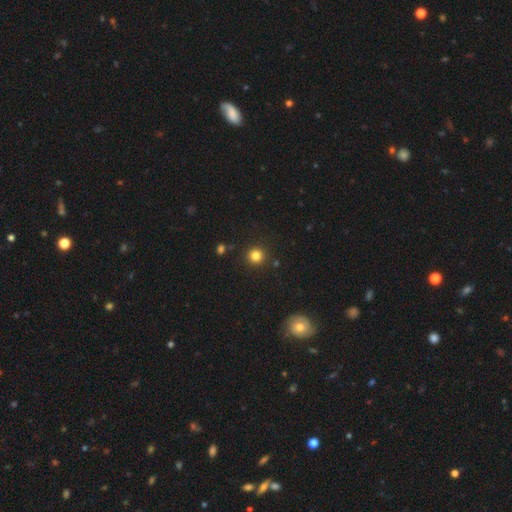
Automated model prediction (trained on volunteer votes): A smooth galaxy with no disk features (82%) that is round (94%). Merging: none (91%).